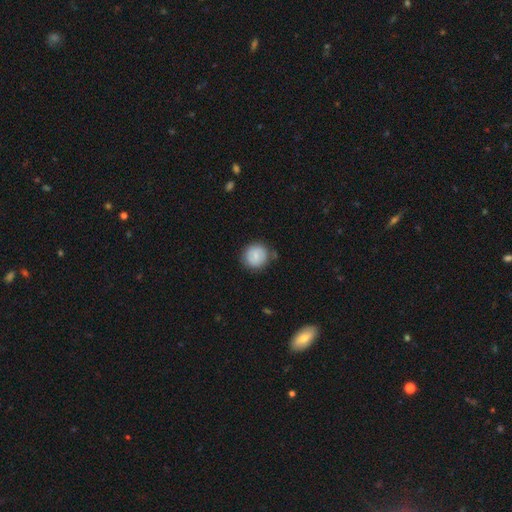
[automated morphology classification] smooth 73%, featured or disk 20%, star or artifact 7%. Down the decision tree: how rounded — round (89%); merging — none (78%).